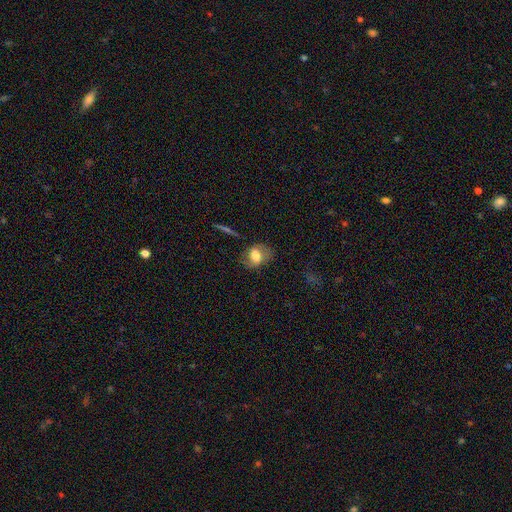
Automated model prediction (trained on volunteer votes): Smooth or featured? smooth (63%)
How rounded? in between (71%)
Merging? none (65%)